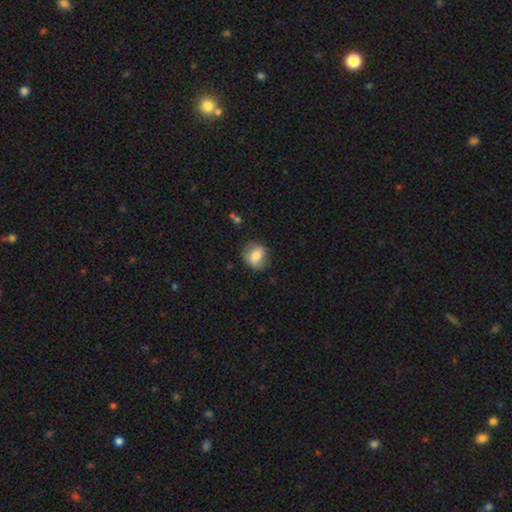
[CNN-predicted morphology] This is likely a smooth galaxy (70%). How rounded: likely round (65%). Merging: likely none (71%).